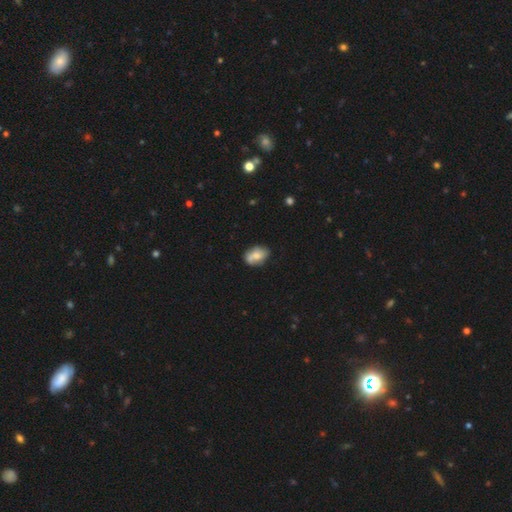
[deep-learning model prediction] smooth_or_featured: smooth (p=0.62) [alt: featured or disk p=0.30]
how_rounded: in between (p=0.84) [alt: round p=0.14]
merging: none (p=0.59) [alt: minor disturbance p=0.27]